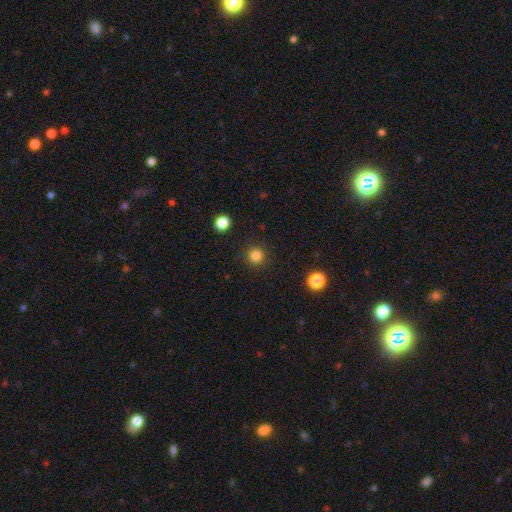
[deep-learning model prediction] smooth_or_featured: smooth (p=0.83) [alt: star or artifact p=0.13]
how_rounded: round (p=0.95) [alt: in between p=0.04]
merging: none (p=0.91) [alt: minor disturbance p=0.05]